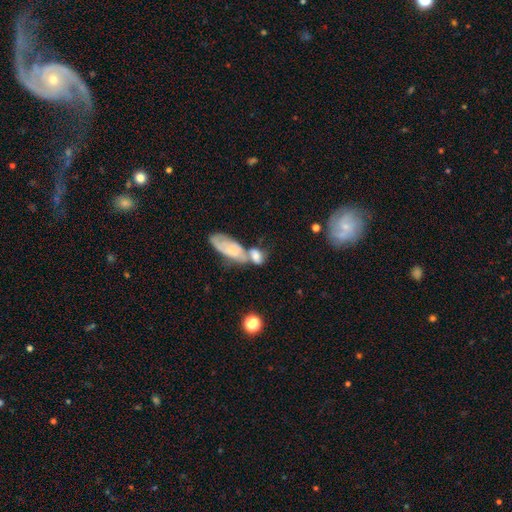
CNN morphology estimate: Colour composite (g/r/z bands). It shows a smooth galaxy with no disk features (60%) that is in between round and cigar-shaped (74%). Merging: merger (60%).